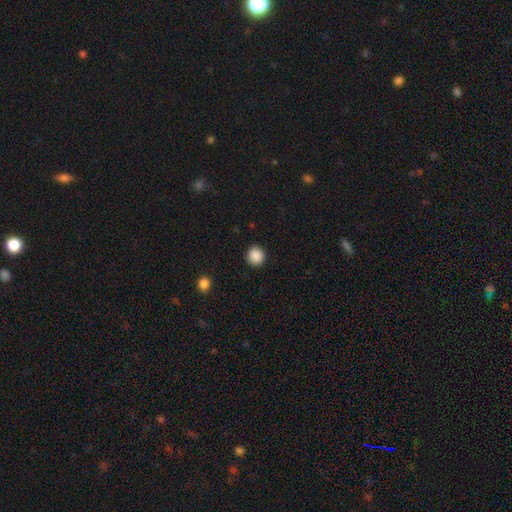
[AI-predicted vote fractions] smooth-or-featured: smooth: 89% | star or artifact: 9% | featured or disk: 2%
  how-rounded: round: 91% | in between: 8% | cigar-shaped: 1%
  merging: none: 91% | minor disturbance: 6% | major disturbance: 2% | merger: 1%